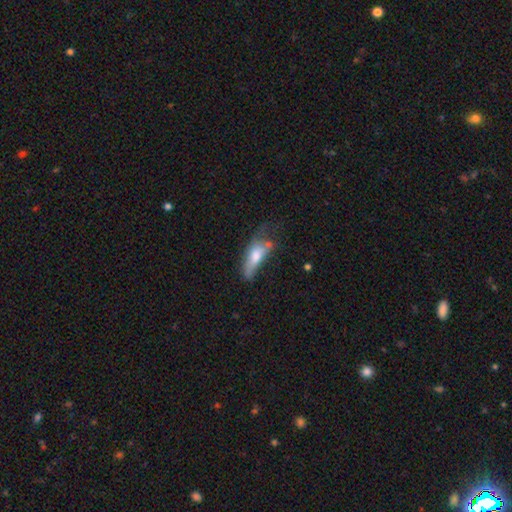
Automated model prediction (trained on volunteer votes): Smooth or featured? smooth (57%)
How rounded? in between (57%)
Merging? major disturbance (35%)